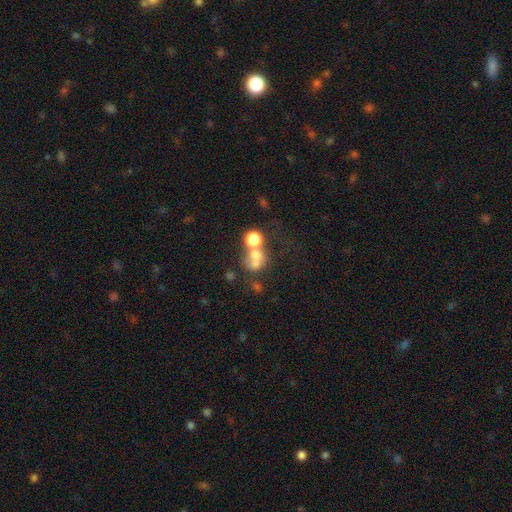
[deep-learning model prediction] Smooth or featured: smooth — 62% (featured or disk — 21%)
How rounded: round — 69% (in between — 30%)
Merging: merger — 55% (none — 28%)